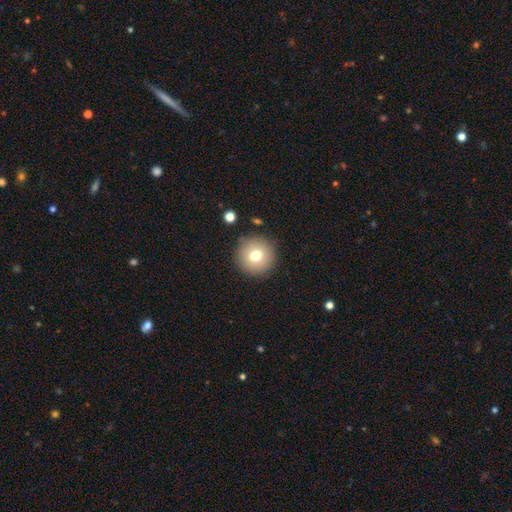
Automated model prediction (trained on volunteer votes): Q: Smooth or featured?
A: smooth (74%); runner-up: featured or disk (15%)
Q: How rounded?
A: round (96%); runner-up: in between (3%)
Q: Merging?
A: none (88%); runner-up: minor disturbance (8%)